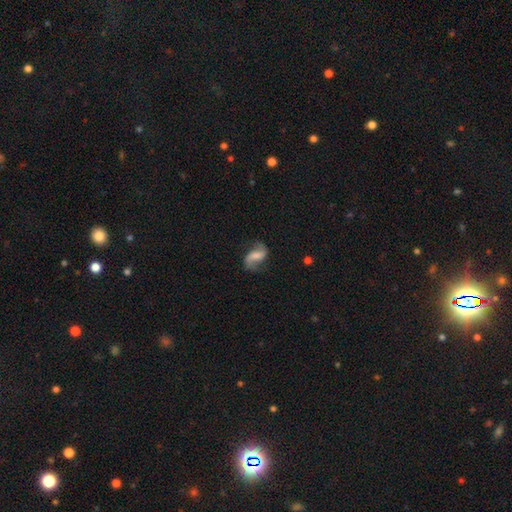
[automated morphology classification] smooth_or_featured: featured or disk (p=0.73) [alt: smooth p=0.19]
disk_edge_on: no (p=0.97) [alt: yes p=0.03]
bar: weak (p=0.45) [alt: no p=0.29]
has_spiral_arms: yes (p=0.94) [alt: no p=0.06]
spiral_winding: loose (p=0.66) [alt: medium p=0.27]
spiral_arm_count: 2 (p=0.90) [alt: 1 p=0.04]
bulge_size: none (p=0.30) [alt: moderate p=0.29]
merging: none (p=0.70) [alt: minor disturbance p=0.18]